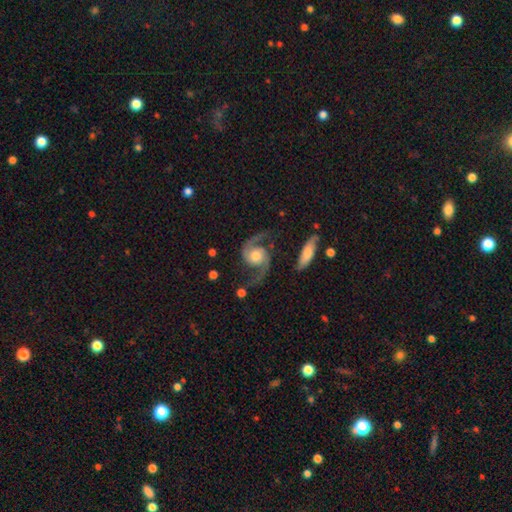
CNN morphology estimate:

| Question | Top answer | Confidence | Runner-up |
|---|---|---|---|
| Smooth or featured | featured or disk | 91% | smooth (5%) |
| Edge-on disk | no | 97% | yes (3%) |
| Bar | no | 71% | weak (23%) |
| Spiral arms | yes | 98% | no (2%) |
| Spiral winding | loose | 49% | medium (42%) |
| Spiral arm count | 2 | 95% | 1 (1%) |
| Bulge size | moderate | 55% | large (27%) |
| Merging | none | 73% | minor disturbance (15%) |